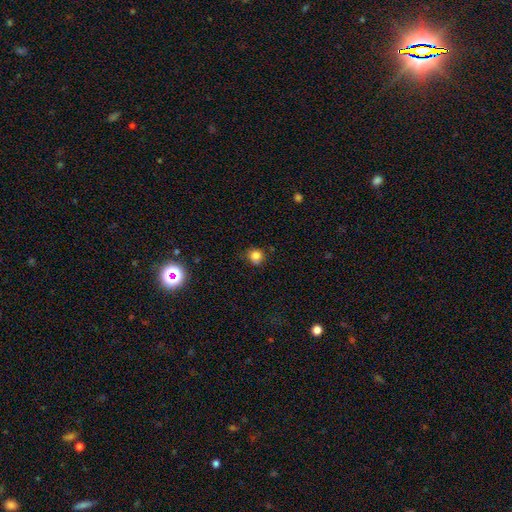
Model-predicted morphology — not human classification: smooth-or-featured: smooth: 82% | star or artifact: 12% | featured or disk: 6%
  how-rounded: round: 86% | in between: 13% | cigar-shaped: 1%
  merging: none: 71% | minor disturbance: 21% | major disturbance: 4% | merger: 3%